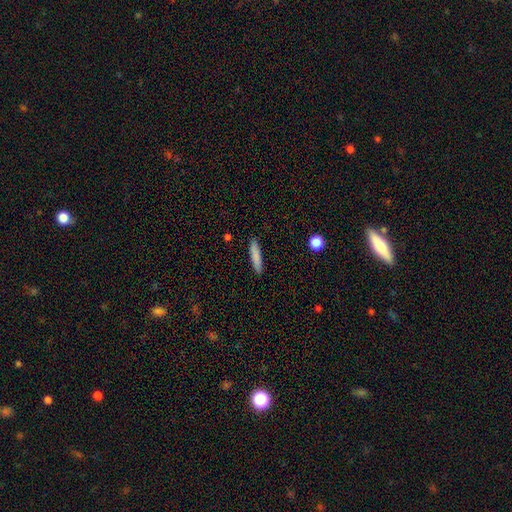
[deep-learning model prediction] smooth 82%, featured or disk 11%, star or artifact 7%. Down the decision tree: how rounded — cigar-shaped (87%); merging — none (89%).